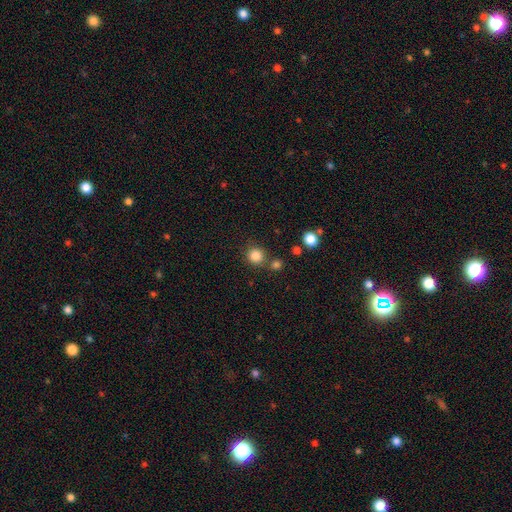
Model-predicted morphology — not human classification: Smooth or featured: smooth — 84% (star or artifact — 12%)
How rounded: round — 92% (in between — 7%)
Merging: none — 74% (merger — 13%)